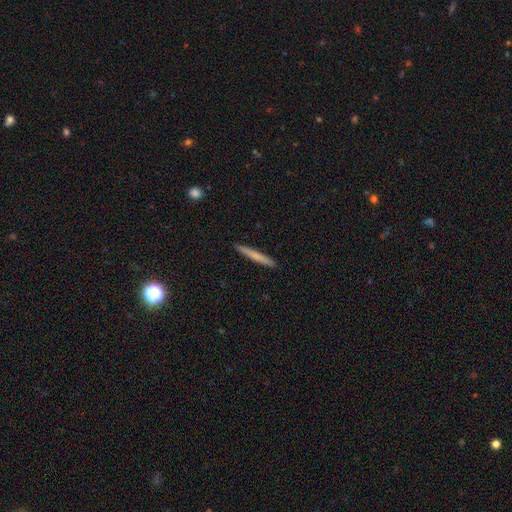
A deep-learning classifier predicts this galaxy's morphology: type=smooth (69%); roundness=cigar-shaped (96%); merging=none (92%).